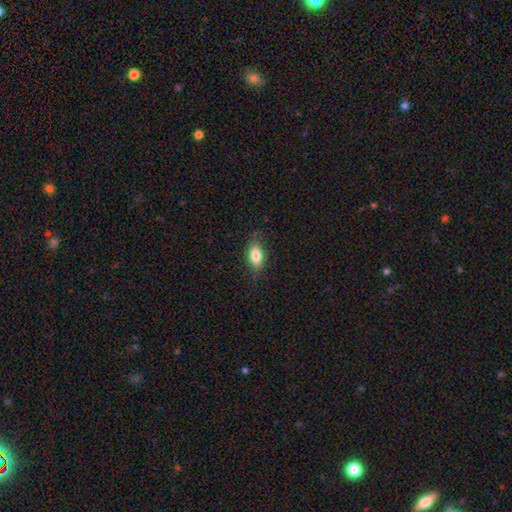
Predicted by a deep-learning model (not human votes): Overall: smooth (80%). How rounded: in between (85%). Merging: none (80%).